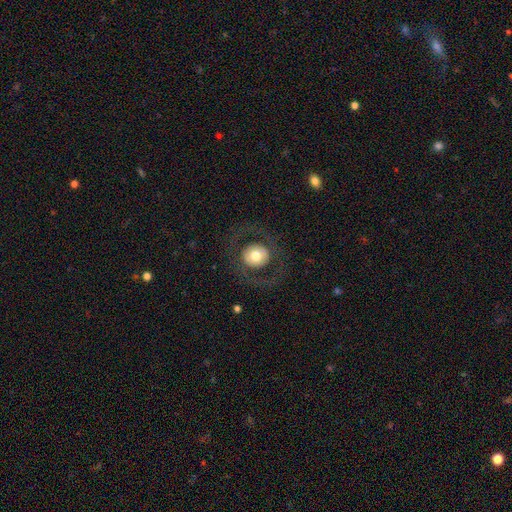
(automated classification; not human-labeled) smooth 52%, featured or disk 41%, star or artifact 7%. Down the decision tree: how rounded — round (88%); merging — none (79%).